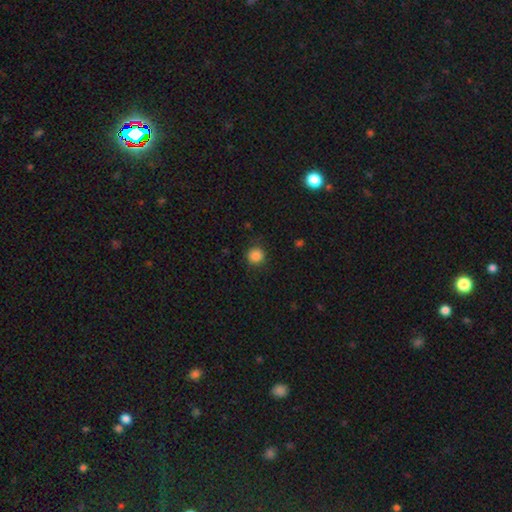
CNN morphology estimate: type=smooth (86%); roundness=round (91%); merging=none (86%).